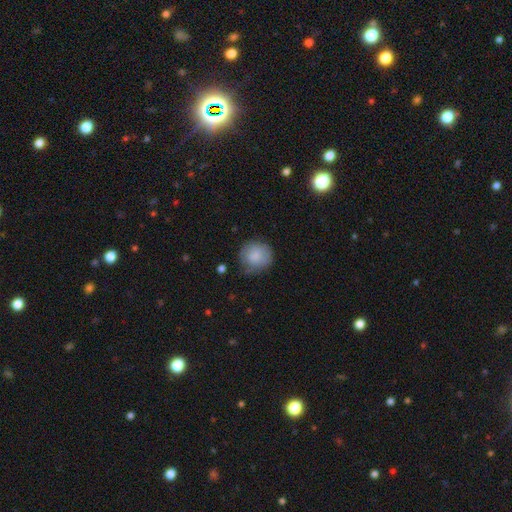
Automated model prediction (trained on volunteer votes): This is clearly a smooth galaxy (82%). How rounded: clearly round (89%). Merging: likely none (69%).